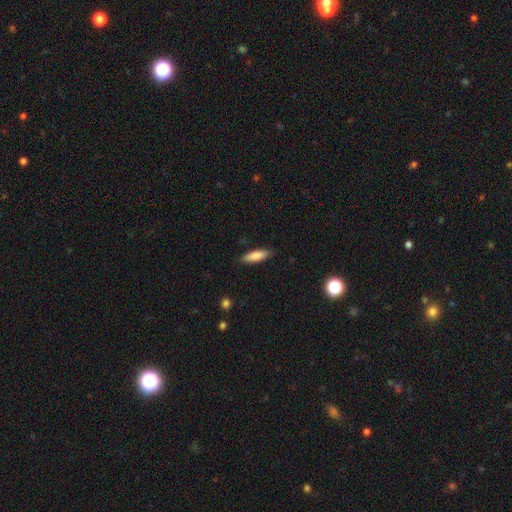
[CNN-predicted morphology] Smooth or featured?
  - smooth: 82% *
  - featured or disk: 12%
  - star or artifact: 6%
How rounded?
  - cigar-shaped: 52% *
  - in between: 47%
  - round: 2%
Merging?
  - none: 86% *
  - minor disturbance: 11%
  - major disturbance: 2%
  - merger: 1%